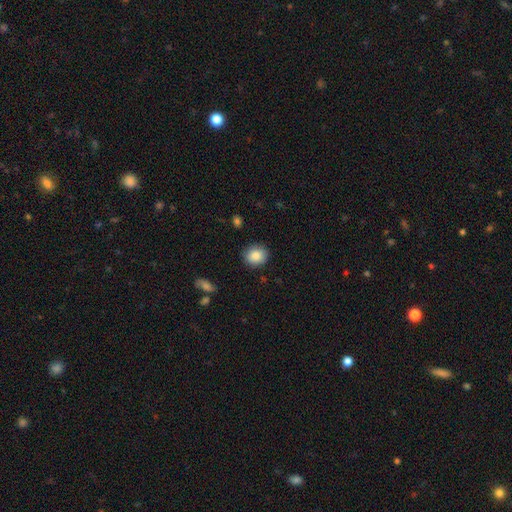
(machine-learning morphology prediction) type=smooth (87%); roundness=round (73%); merging=none (85%).